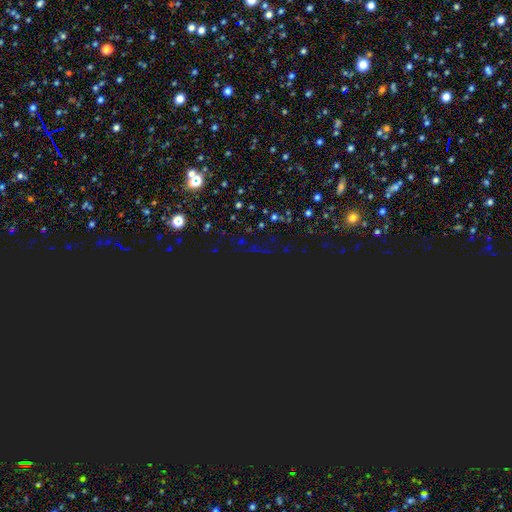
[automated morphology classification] A star or artifact, not a galaxy (79%).